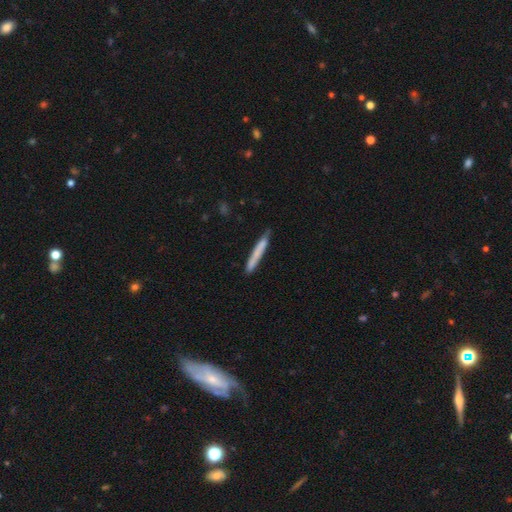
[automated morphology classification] Q: Smooth or featured?
A: smooth (71%); runner-up: featured or disk (23%)
Q: How rounded?
A: cigar-shaped (96%); runner-up: in between (3%)
Q: Merging?
A: none (78%); runner-up: minor disturbance (17%)